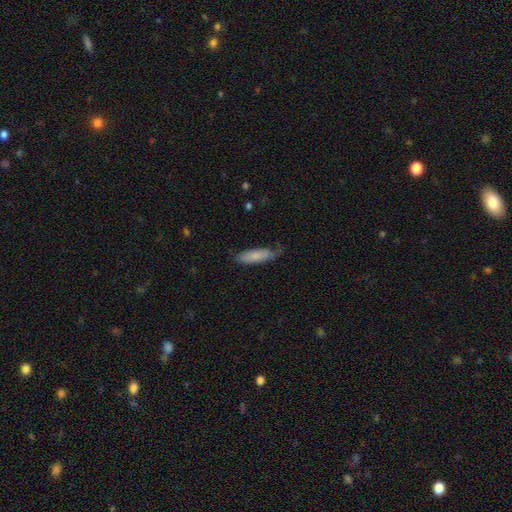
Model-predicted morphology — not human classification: smooth 77%, featured or disk 17%, star or artifact 6%. Down the decision tree: how rounded — cigar-shaped (51%); merging — none (55%).